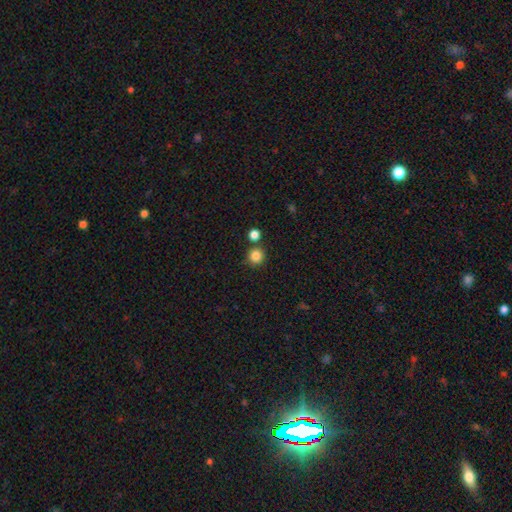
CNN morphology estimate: smooth-or-featured: smooth: 85% | star or artifact: 11% | featured or disk: 4%
  how-rounded: round: 94% | in between: 5% | cigar-shaped: 1%
  merging: none: 79% | merger: 11% | minor disturbance: 8% | major disturbance: 2%